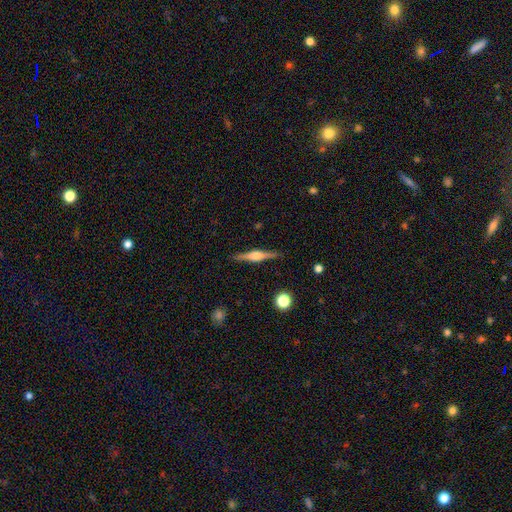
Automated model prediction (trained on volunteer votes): smooth-or-featured: featured or disk: 75% | smooth: 19% | star or artifact: 6%
  disk-edge-on: yes: 98% | no: 2%
    edge-on-bulge: rounded: 78% | boxy: 18% | none: 4%
  merging: none: 89% | minor disturbance: 8% | major disturbance: 2% | merger: 1%